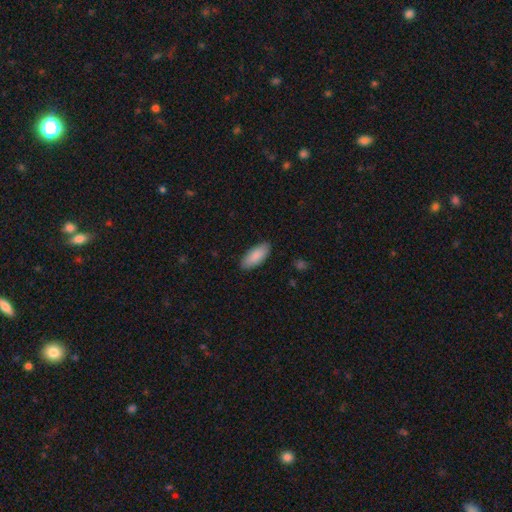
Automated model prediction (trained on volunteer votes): This appears to be a smooth galaxy with no disk features (89%) that is in between round and cigar-shaped (84%). Merging: none (88%).